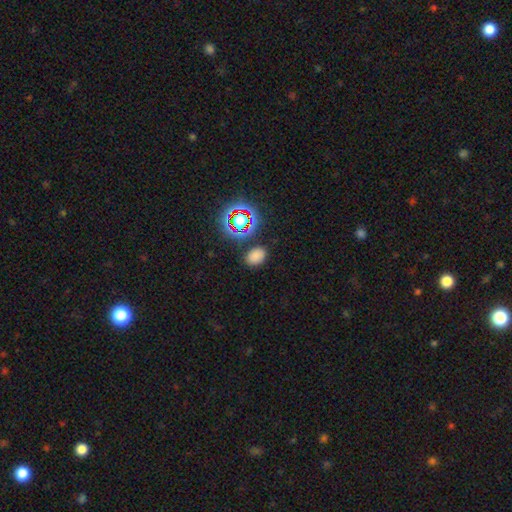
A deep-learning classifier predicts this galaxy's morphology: This is likely a smooth galaxy (75%). How rounded: likely in between (77%). Merging: clearly none (84%).